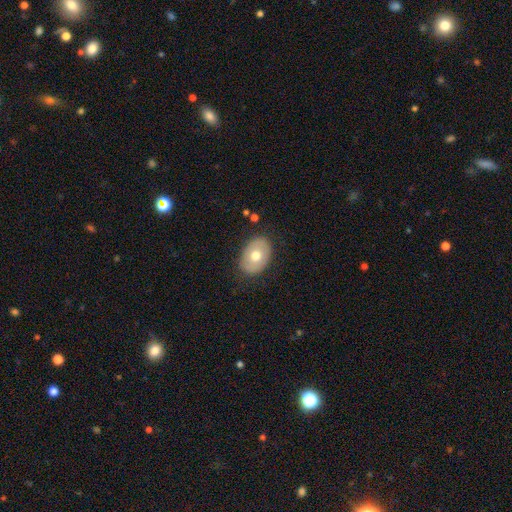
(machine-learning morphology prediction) Overall: smooth (64%; featured or disk 29%). How rounded: in between (79%). Merging: none (83%).